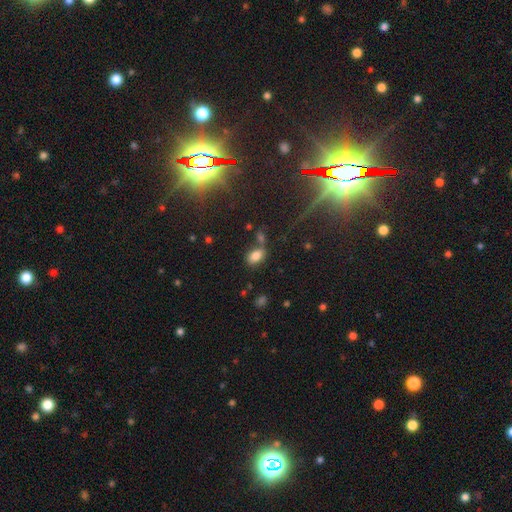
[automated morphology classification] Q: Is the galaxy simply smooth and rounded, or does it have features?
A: smooth — 80%.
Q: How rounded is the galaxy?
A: in between — 89%.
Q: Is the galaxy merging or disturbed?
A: none — 62%.